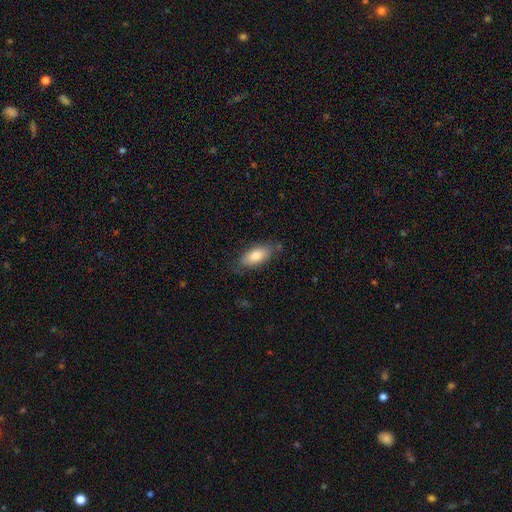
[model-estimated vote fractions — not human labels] smooth-or-featured: smooth: 78% | featured or disk: 15% | star or artifact: 6%
  how-rounded: in between: 87% | cigar-shaped: 10% | round: 3%
  merging: none: 74% | minor disturbance: 20% | major disturbance: 5% | merger: 2%